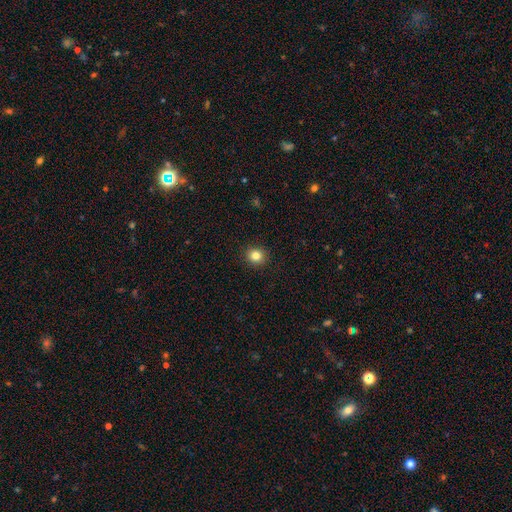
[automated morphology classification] A smooth galaxy with no disk features (83%) that is round (86%).

Vote fractions:
- Smooth or featured? smooth: 83% / star or artifact: 11% / featured or disk: 6%
- How rounded? round: 86% / in between: 13% / cigar-shaped: 1%
- Merging? none: 92% / minor disturbance: 5% / major disturbance: 2% / merger: 1%